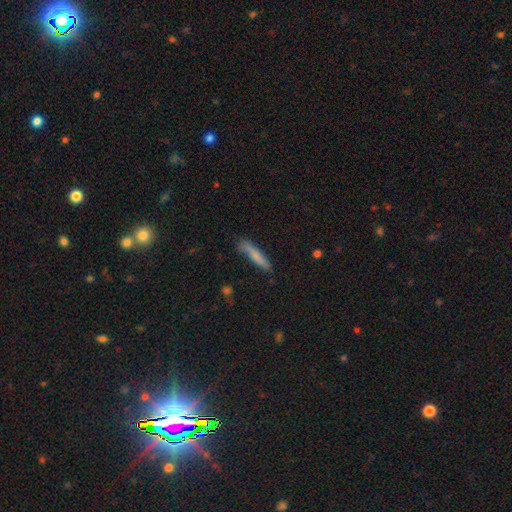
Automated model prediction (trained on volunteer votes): The model was most divided on "merging": none: 75%, minor disturbance: 18%, major disturbance: 4%, merger: 3%. More confident: how rounded — cigar-shaped (92%); smooth or featured — smooth (77%).